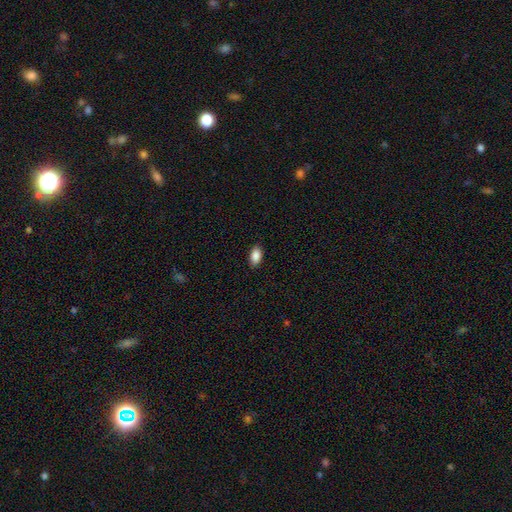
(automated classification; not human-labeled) smooth-or-featured: smooth: 89% | star or artifact: 7% | featured or disk: 4%
  how-rounded: in between: 92% | round: 5% | cigar-shaped: 3%
  merging: none: 87% | minor disturbance: 10% | major disturbance: 2% | merger: 1%